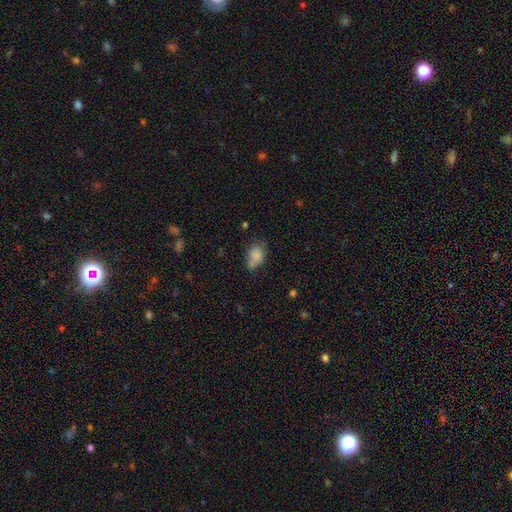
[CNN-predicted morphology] smooth_or_featured: smooth (p=0.80) [alt: featured or disk p=0.10]
how_rounded: in between (p=0.67) [alt: round p=0.32]
merging: none (p=0.50) [alt: minor disturbance p=0.27]